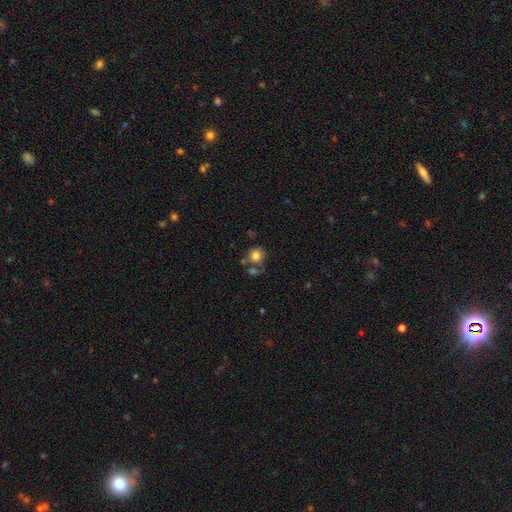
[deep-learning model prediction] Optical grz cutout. It shows a smooth galaxy with no disk features (78%) that is round (82%). Merging: none (48%).